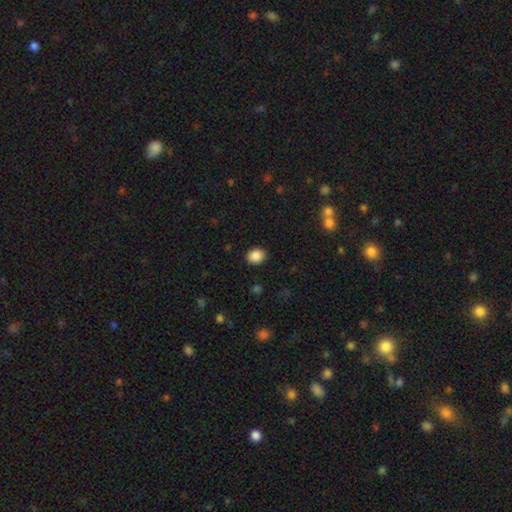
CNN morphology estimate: type=smooth (87%); roundness=round (58%); merging=none (89%).